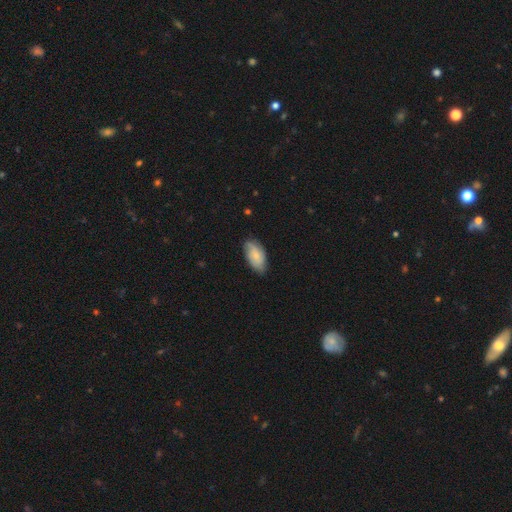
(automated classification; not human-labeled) Q: Smooth or featured?
A: smooth (60%); runner-up: featured or disk (34%)
Q: How rounded?
A: in between (92%); runner-up: cigar-shaped (4%)
Q: Merging?
A: none (72%); runner-up: minor disturbance (23%)